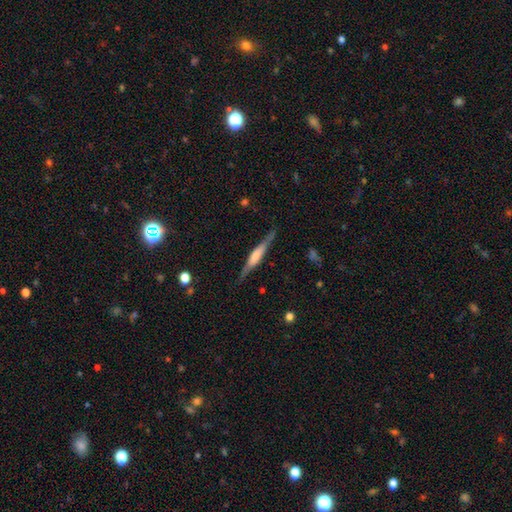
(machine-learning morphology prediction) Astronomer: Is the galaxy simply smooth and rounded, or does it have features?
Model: featured or disk — 63%.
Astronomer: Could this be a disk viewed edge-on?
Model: yes — 96%.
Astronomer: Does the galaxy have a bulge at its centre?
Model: rounded — 46% (runner-up: boxy, 39%).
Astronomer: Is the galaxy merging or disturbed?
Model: none — 84%.